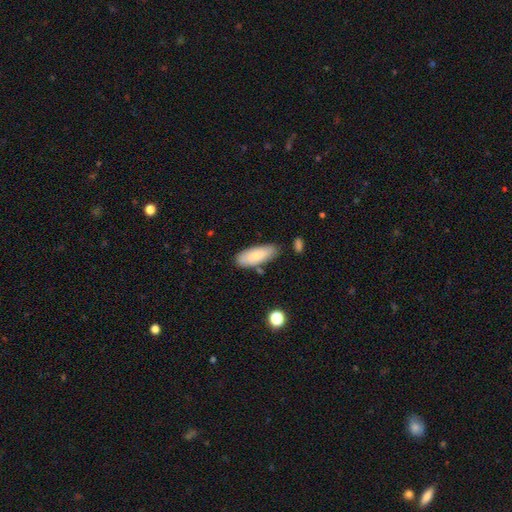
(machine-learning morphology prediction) This is likely a smooth galaxy (74%). How rounded: likely in between (75%). Merging: likely none (74%).